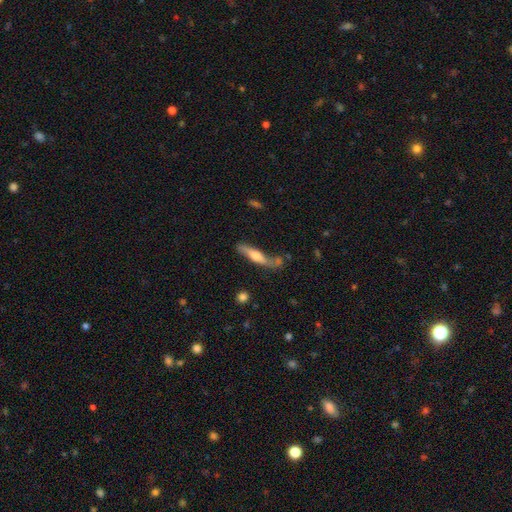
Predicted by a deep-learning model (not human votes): smooth-or-featured: featured or disk: 53% | smooth: 41% | star or artifact: 6%
  disk-edge-on: yes: 81% | no: 19%
  merging: none: 59% | minor disturbance: 22% | merger: 11% | major disturbance: 8%